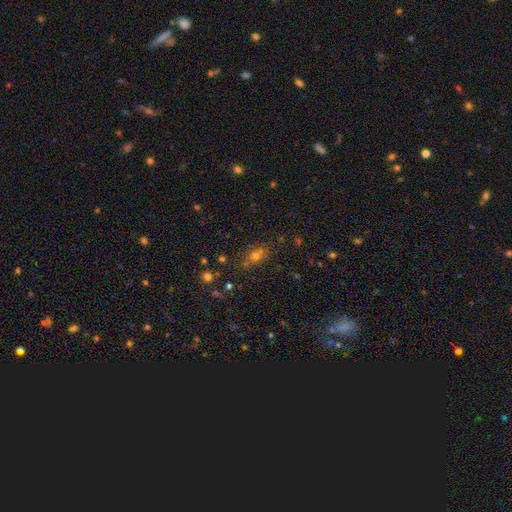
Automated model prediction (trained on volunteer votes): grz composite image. It shows a smooth galaxy with no disk features (59%) that is in between round and cigar-shaped (51%). Merging: none (71%).